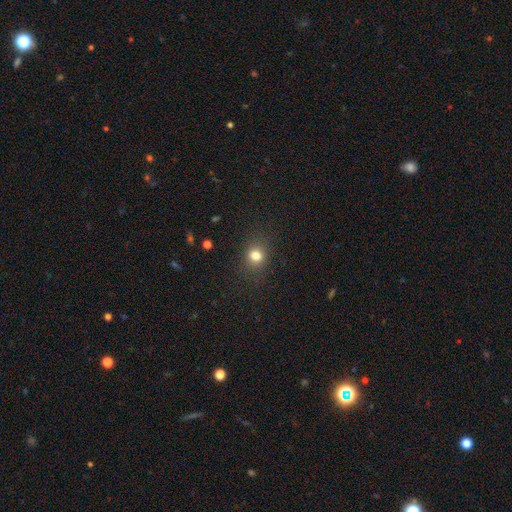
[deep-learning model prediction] A smooth galaxy with no disk features (79%) that is round (72%). Merging: none (84%).